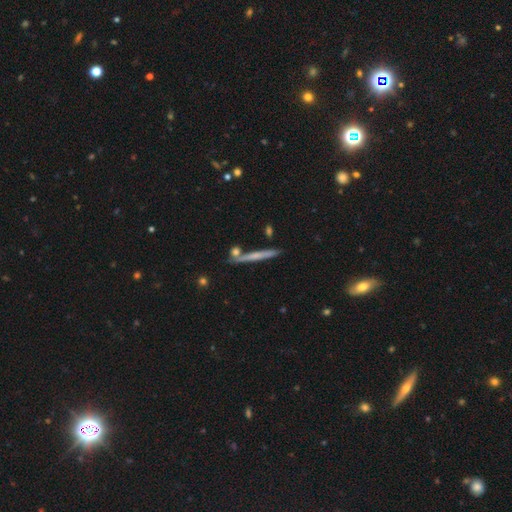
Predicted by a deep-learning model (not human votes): This appears to be a featured or disk galaxy (52%) viewed edge-on (96%). Merging: none (81%).